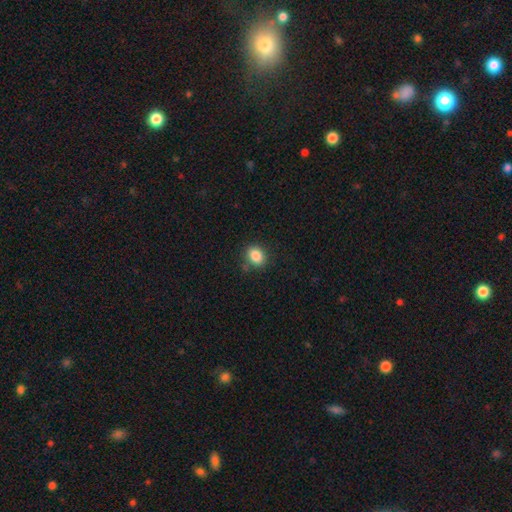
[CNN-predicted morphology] smooth_or_featured: smooth (p=0.85) [alt: star or artifact p=0.10]
how_rounded: in between (p=0.52) [alt: round p=0.47]
merging: none (p=0.81) [alt: minor disturbance p=0.13]